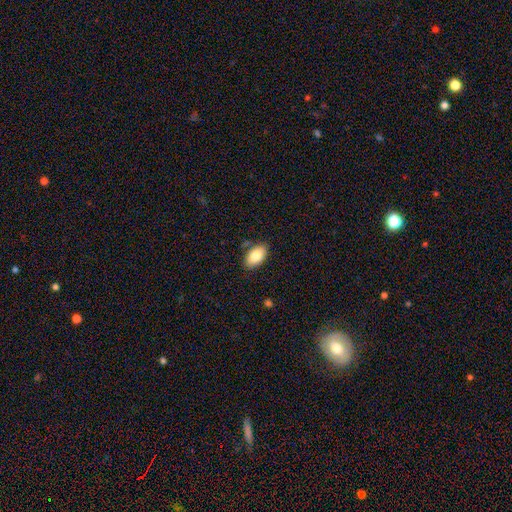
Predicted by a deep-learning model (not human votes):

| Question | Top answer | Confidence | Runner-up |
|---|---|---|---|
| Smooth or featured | smooth | 84% | featured or disk (9%) |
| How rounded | in between | 94% | round (5%) |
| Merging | none | 83% | minor disturbance (12%) |